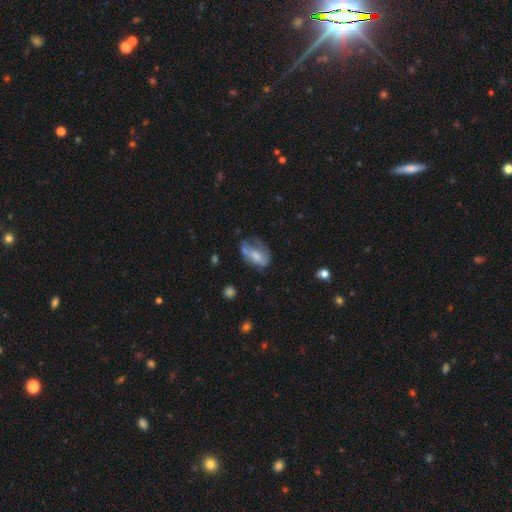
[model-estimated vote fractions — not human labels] smooth 52%, featured or disk 40%, star or artifact 8%. Down the decision tree: how rounded — in between (86%); merging — none (33%).